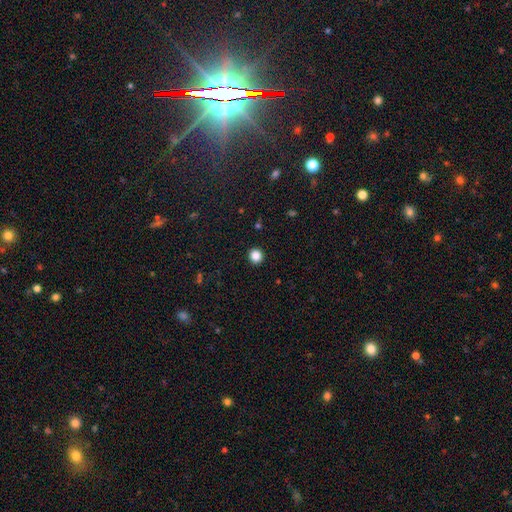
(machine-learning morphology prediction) Smooth or featured: smooth — 86% (star or artifact — 11%)
How rounded: round — 91% (in between — 8%)
Merging: none — 93% (minor disturbance — 4%)